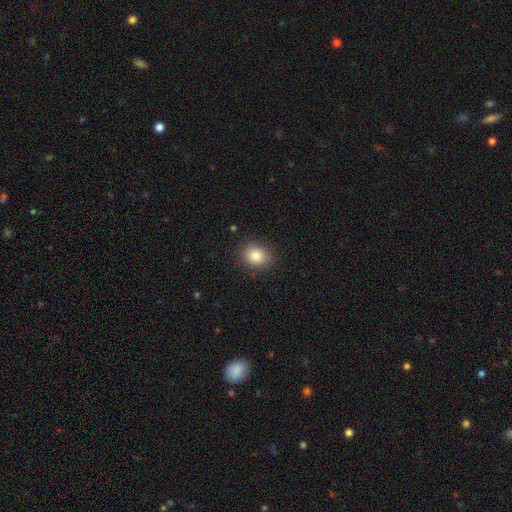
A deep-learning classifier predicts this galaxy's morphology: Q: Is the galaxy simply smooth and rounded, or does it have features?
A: smooth — 85%.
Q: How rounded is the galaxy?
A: round — 55%.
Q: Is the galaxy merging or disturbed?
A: none — 86%.